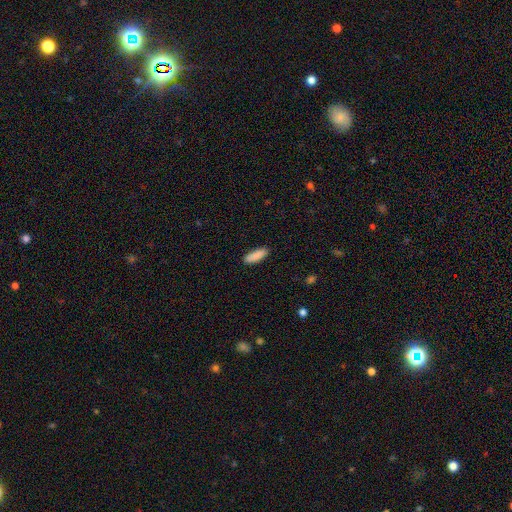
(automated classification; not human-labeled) This is clearly a smooth galaxy (89%). How rounded: possibly in between (56%). Merging: clearly none (89%).